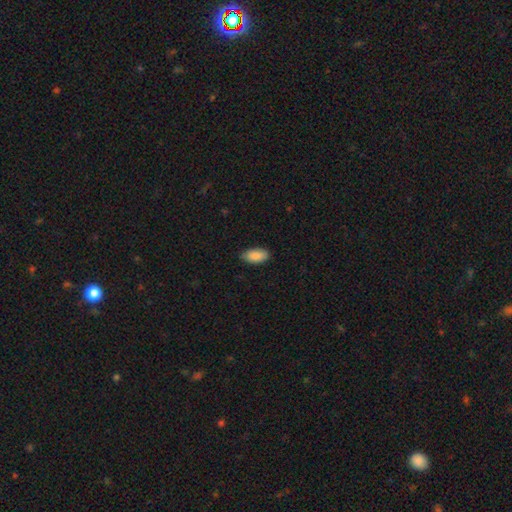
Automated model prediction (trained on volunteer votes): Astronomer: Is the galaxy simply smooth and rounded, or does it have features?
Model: smooth — 89%.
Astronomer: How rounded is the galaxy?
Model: in between — 93%.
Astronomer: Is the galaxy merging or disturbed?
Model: none — 84%.